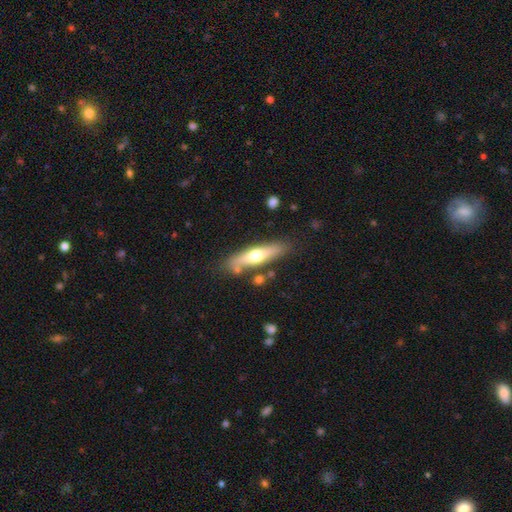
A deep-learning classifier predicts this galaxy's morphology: smooth_or_featured: smooth (p=0.49) [alt: featured or disk p=0.45]
merging: none (p=0.78) [alt: minor disturbance p=0.13]